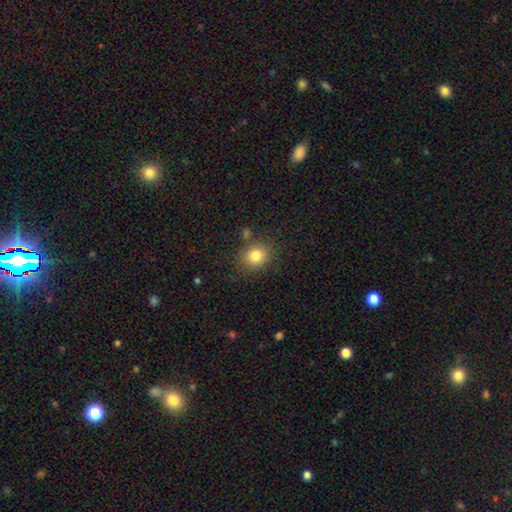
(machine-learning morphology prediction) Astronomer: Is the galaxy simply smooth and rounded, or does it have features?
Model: smooth — 82%.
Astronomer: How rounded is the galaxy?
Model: round — 69%.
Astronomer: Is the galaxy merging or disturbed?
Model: none — 79%.